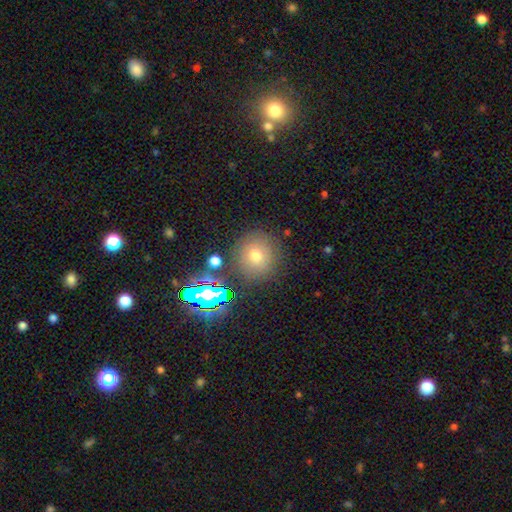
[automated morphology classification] smooth-or-featured: smooth: 67% | star or artifact: 20% | featured or disk: 12%
  how-rounded: round: 89% | in between: 10% | cigar-shaped: 1%
  merging: none: 83% | minor disturbance: 9% | merger: 4% | major disturbance: 4%